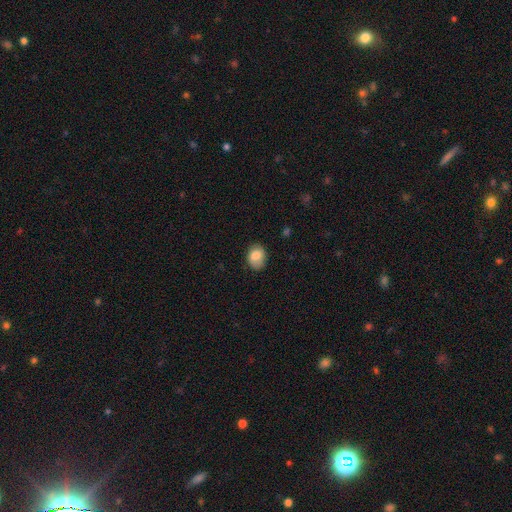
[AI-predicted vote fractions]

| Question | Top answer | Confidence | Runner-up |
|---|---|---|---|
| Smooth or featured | smooth | 82% | featured or disk (10%) |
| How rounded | in between | 60% | round (39%) |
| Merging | none | 75% | minor disturbance (20%) |